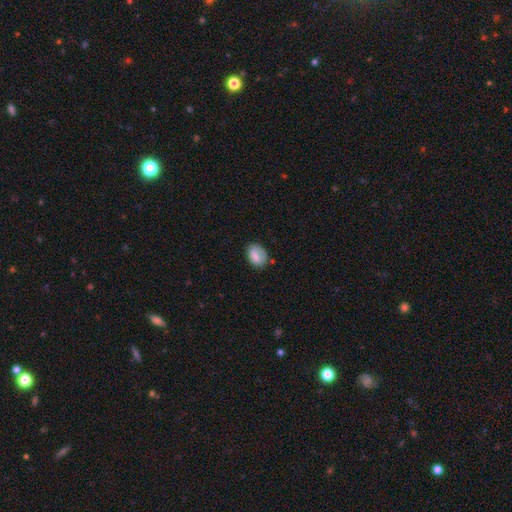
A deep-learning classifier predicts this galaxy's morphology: The model was most divided on "merging": none: 62%, minor disturbance: 25%, major disturbance: 9%, merger: 3%. More confident: smooth or featured — smooth (76%); how rounded — in between (75%).